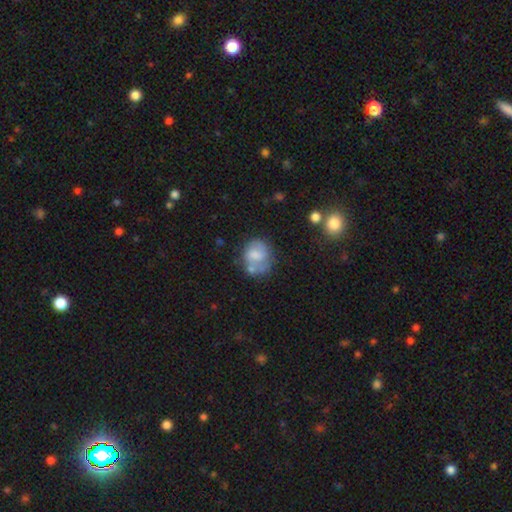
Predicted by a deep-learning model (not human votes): smooth-or-featured: featured or disk: 47% | smooth: 44% | star or artifact: 8%
  merging: none: 49% | minor disturbance: 23% | merger: 15% | major disturbance: 13%